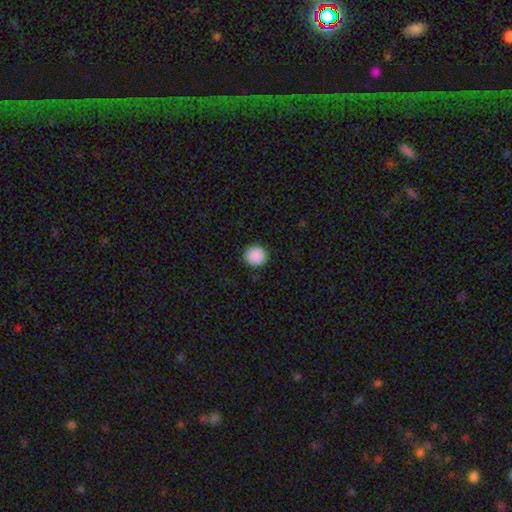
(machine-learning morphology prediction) A smooth galaxy with no disk features (90%) that is round (92%). Merging: none (91%).